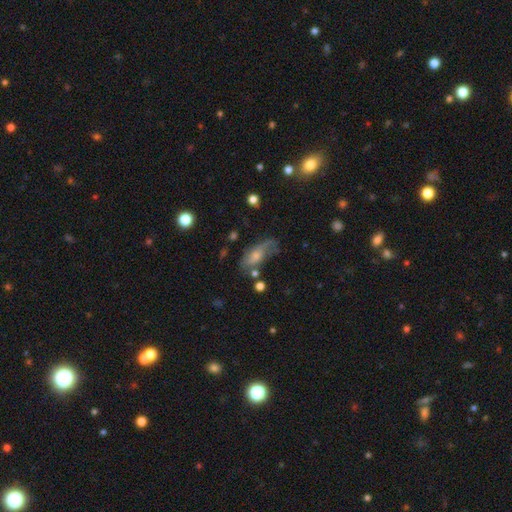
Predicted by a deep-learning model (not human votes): The model was most divided on "smooth or featured": featured or disk: 45%, smooth: 43%, star or artifact: 13%. Remaining: merging — none (44%).